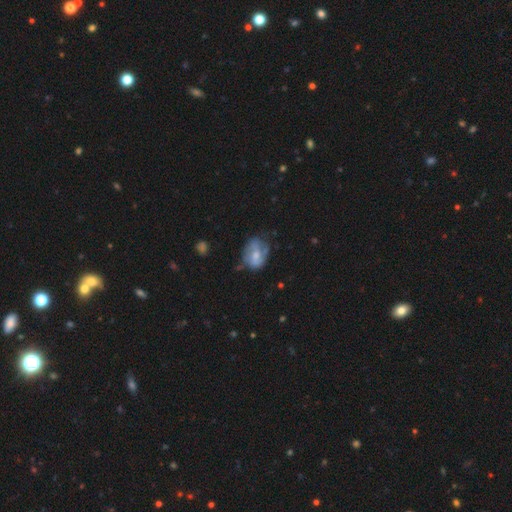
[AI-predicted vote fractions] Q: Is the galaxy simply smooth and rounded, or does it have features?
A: smooth — 48%.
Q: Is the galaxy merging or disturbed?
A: none — 47%.